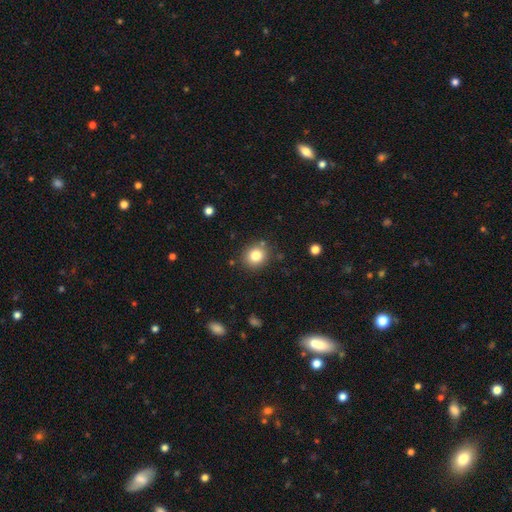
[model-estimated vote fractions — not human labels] A smooth galaxy with no disk features (82%) that is round (79%).

Vote fractions:
- Smooth or featured? smooth: 82% / star or artifact: 11% / featured or disk: 8%
- How rounded? round: 79% / in between: 20% / cigar-shaped: 1%
- Merging? none: 85% / minor disturbance: 9% / merger: 3% / major disturbance: 3%